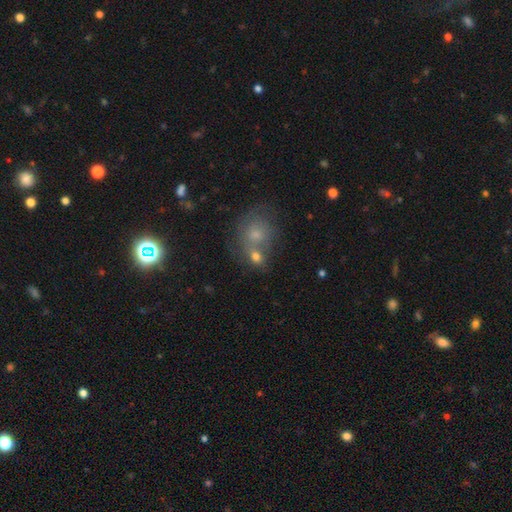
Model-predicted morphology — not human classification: This is possibly a smooth galaxy (59%). How rounded: likely round (65%). Merging: marginally merger (45%).